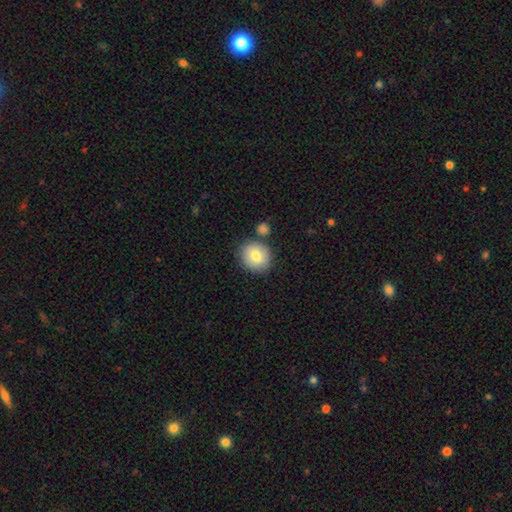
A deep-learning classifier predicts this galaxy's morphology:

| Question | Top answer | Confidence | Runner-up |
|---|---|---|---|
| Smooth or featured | smooth | 78% | featured or disk (14%) |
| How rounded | round | 81% | in between (18%) |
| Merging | none | 75% | minor disturbance (11%) |